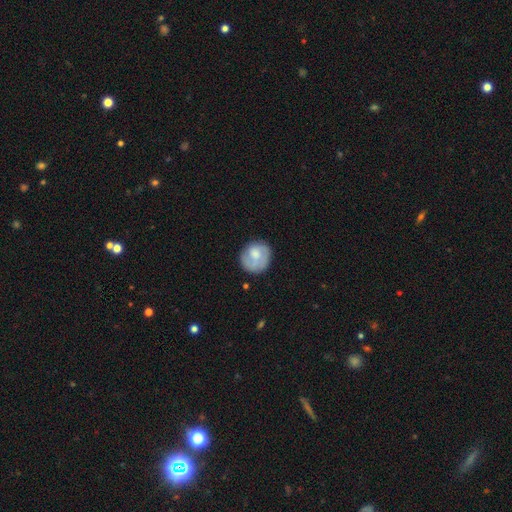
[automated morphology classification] smooth-or-featured: smooth: 61% | featured or disk: 33% | star or artifact: 7%
  how-rounded: round: 81% | in between: 18% | cigar-shaped: 1%
  merging: none: 69% | minor disturbance: 20% | major disturbance: 9% | merger: 2%